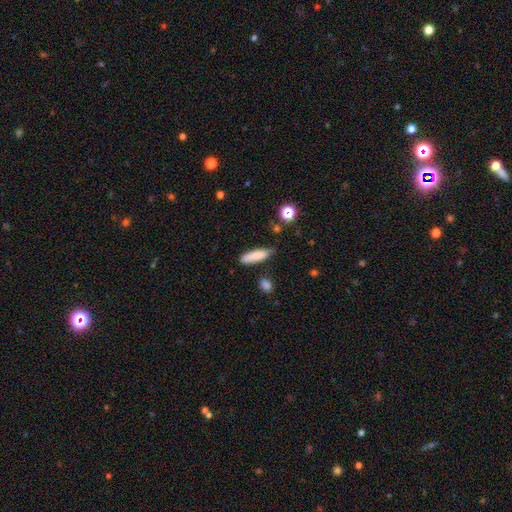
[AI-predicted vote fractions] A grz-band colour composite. It shows a smooth galaxy with no disk features (83%) that is cigar-shaped (64%). Merging: none (69%).